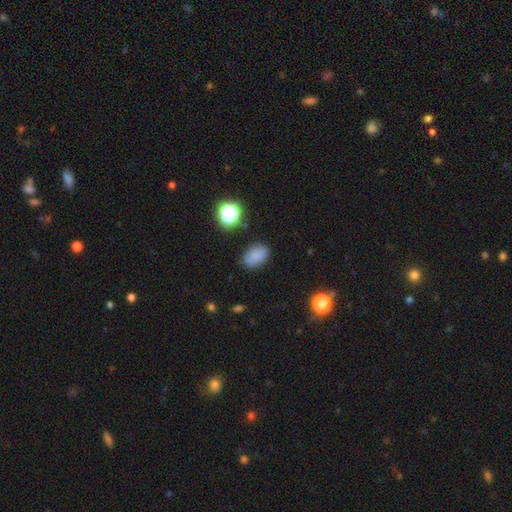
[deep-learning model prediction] The model was most divided on "smooth or featured": smooth: 83%, star or artifact: 12%, featured or disk: 5%. More confident: how rounded — in between (86%); merging — none (83%).